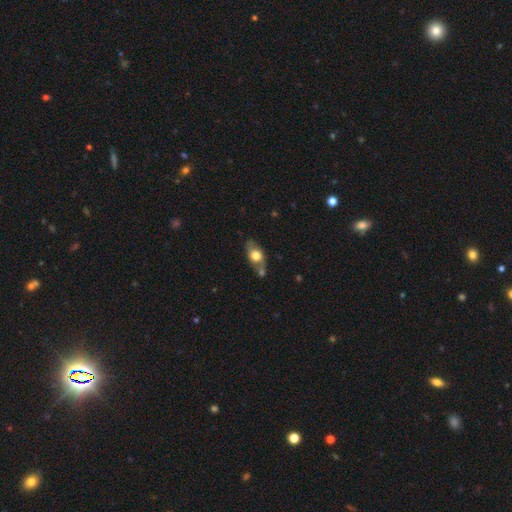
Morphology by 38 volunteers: Smooth or featured? 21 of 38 (55%) said smooth. How rounded? 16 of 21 (76%) said in between. Merging? 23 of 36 (64%) said none.